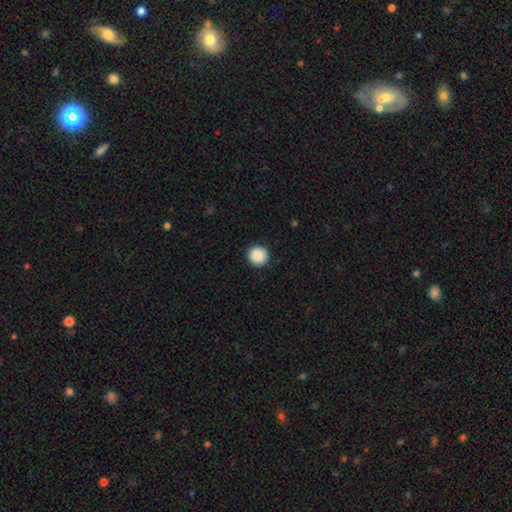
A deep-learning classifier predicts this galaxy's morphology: This is clearly a smooth galaxy (90%). How rounded: clearly round (96%). Merging: clearly none (93%).